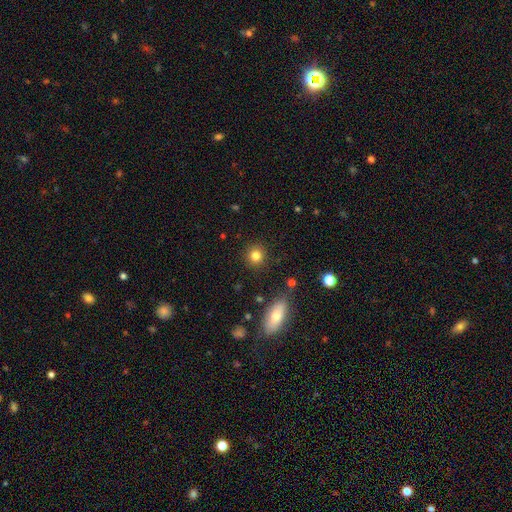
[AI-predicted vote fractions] smooth 83%, star or artifact 11%, featured or disk 6%. Down the decision tree: how rounded — round (90%); merging — none (89%).